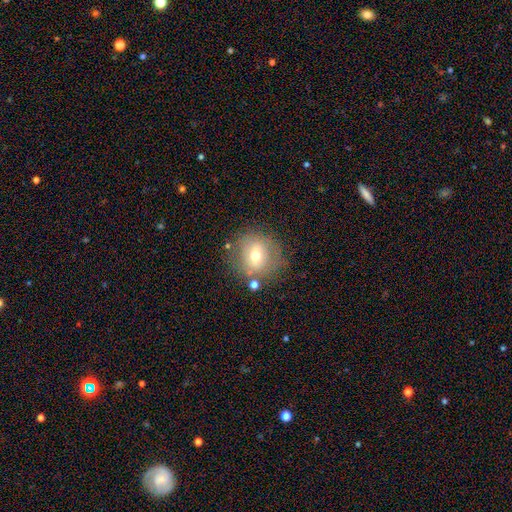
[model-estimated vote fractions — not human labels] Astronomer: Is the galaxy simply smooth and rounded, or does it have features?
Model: smooth — 55% (runner-up: featured or disk, 34%).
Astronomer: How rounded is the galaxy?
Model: round — 81%.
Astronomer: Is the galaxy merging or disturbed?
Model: none — 75%.